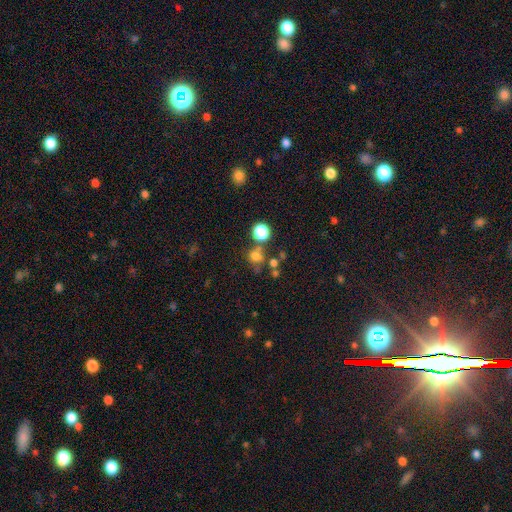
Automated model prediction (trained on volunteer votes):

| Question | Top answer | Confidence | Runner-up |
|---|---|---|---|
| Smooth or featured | smooth | 69% | star or artifact (21%) |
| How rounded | round | 84% | in between (15%) |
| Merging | none | 58% | merger (22%) |